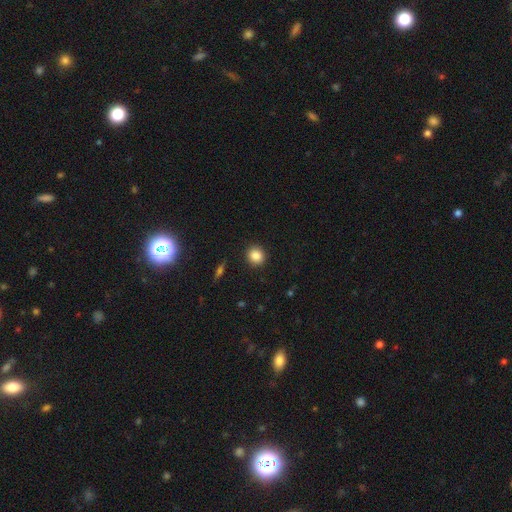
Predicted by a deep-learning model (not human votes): A smooth galaxy with no disk features (85%) that is round (87%).

Vote fractions:
- Smooth or featured? smooth: 85% / star or artifact: 10% / featured or disk: 5%
- How rounded? round: 87% / in between: 12% / cigar-shaped: 1%
- Merging? none: 90% / minor disturbance: 6% / major disturbance: 2% / merger: 1%